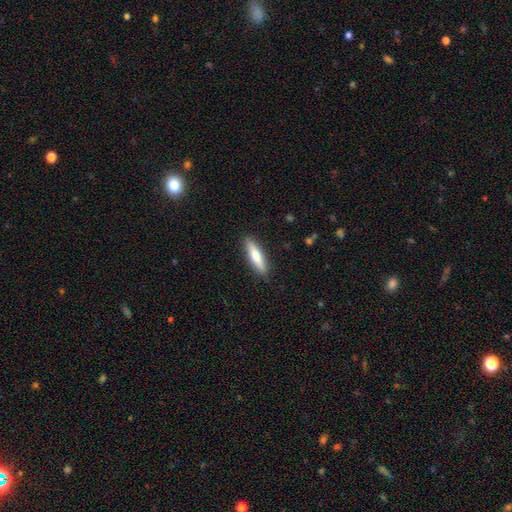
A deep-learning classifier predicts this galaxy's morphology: Q: Smooth or featured?
A: smooth (65%); runner-up: featured or disk (29%)
Q: How rounded?
A: cigar-shaped (75%); runner-up: in between (23%)
Q: Merging?
A: none (90%); runner-up: minor disturbance (7%)